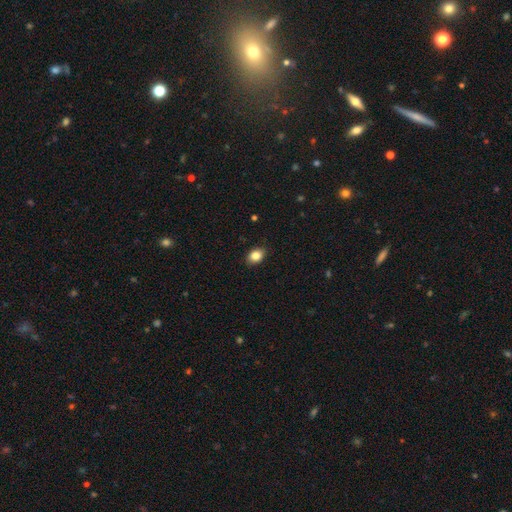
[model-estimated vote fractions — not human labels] This appears to be a smooth galaxy with no disk features (85%) that is in between round and cigar-shaped (75%). Merging: none (88%).